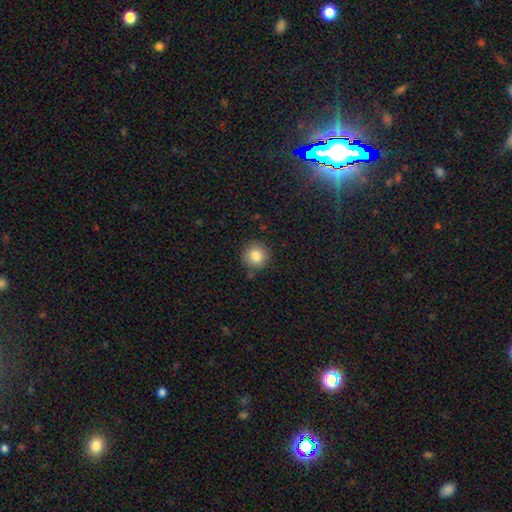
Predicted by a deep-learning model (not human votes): Q: Smooth or featured?
A: smooth (83%); runner-up: star or artifact (10%)
Q: How rounded?
A: round (94%); runner-up: in between (5%)
Q: Merging?
A: none (85%); runner-up: minor disturbance (10%)